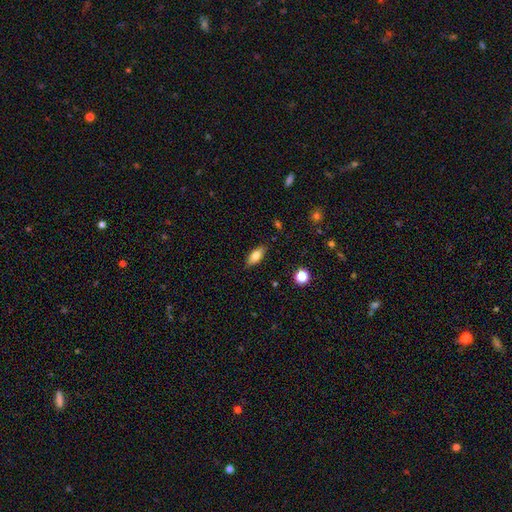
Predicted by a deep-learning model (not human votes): Overall: smooth (76%). How rounded: in between (81%). Merging: none (86%).